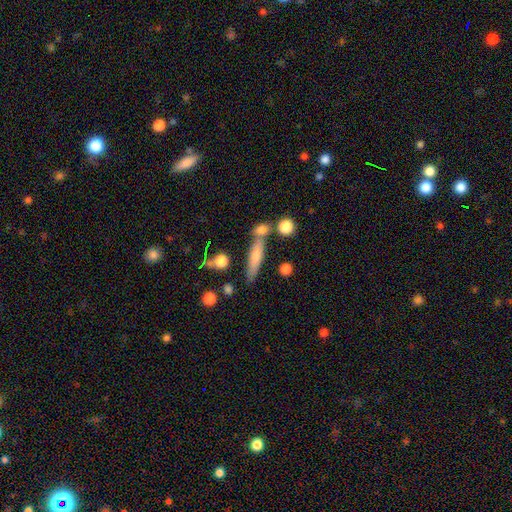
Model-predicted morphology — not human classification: Smooth or featured?
  - smooth: 59% *
  - featured or disk: 32%
  - star or artifact: 9%
How rounded?
  - cigar-shaped: 78% *
  - in between: 19%
  - round: 4%
Merging?
  - none: 67% *
  - merger: 16%
  - minor disturbance: 13%
  - major disturbance: 4%